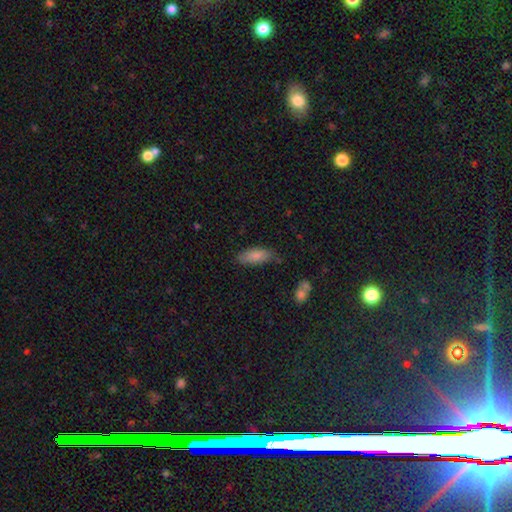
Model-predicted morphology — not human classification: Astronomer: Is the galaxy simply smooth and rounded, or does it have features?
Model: smooth — 83%.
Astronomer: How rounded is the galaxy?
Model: in between — 75%.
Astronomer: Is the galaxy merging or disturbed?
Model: none — 75%.